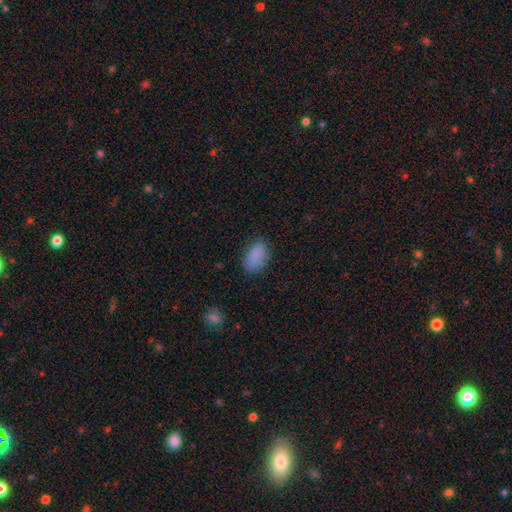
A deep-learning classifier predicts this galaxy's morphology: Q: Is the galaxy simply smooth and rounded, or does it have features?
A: smooth — 86%.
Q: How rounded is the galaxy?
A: in between — 91%.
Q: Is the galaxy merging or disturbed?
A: none — 77%.